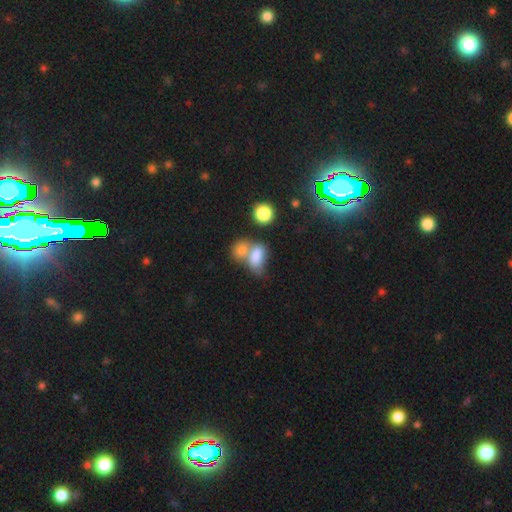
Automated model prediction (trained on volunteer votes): smooth_or_featured: smooth (p=0.76) [alt: featured or disk p=0.14]
how_rounded: in between (p=0.81) [alt: round p=0.16]
merging: merger (p=0.64) [alt: none p=0.19]